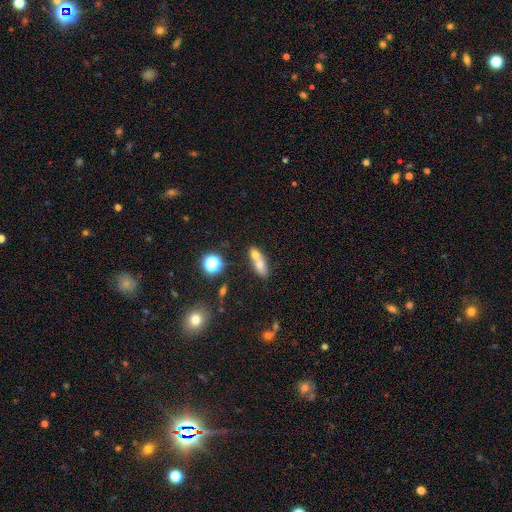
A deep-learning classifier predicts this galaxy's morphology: This is likely a smooth galaxy (63%). How rounded: likely in between (61%). Merging: likely merger (62%).